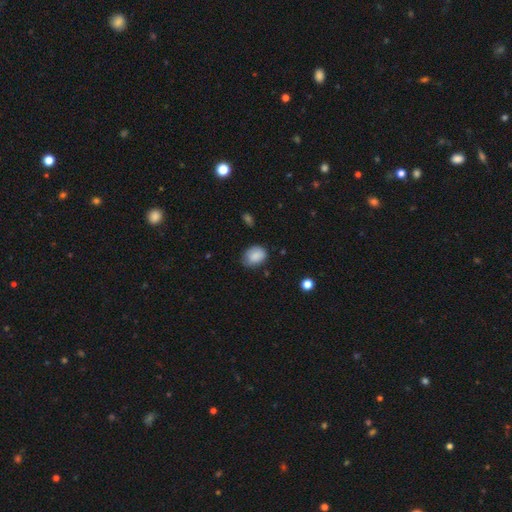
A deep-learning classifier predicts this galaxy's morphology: Smooth or featured?
  - smooth: 85% *
  - star or artifact: 8%
  - featured or disk: 7%
How rounded?
  - in between: 62% *
  - round: 37%
  - cigar-shaped: 1%
Merging?
  - none: 65% *
  - minor disturbance: 28%
  - major disturbance: 5%
  - merger: 2%